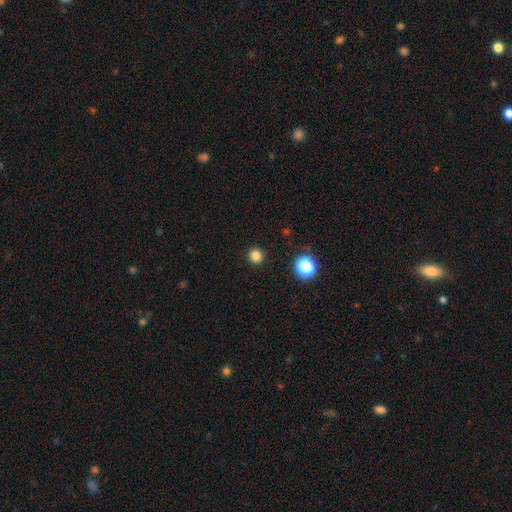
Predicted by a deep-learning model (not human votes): This is clearly a smooth galaxy (82%). How rounded: clearly round (94%). Merging: clearly none (92%).